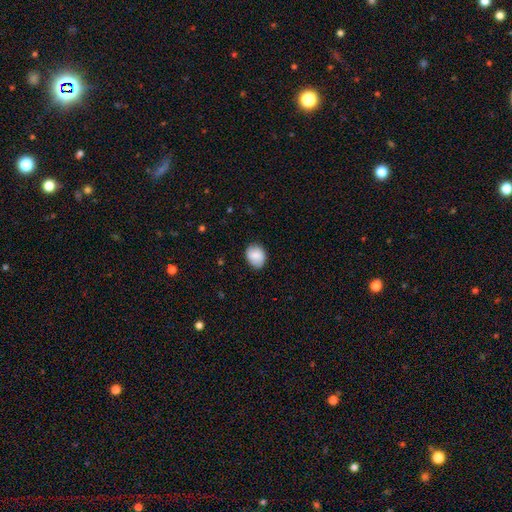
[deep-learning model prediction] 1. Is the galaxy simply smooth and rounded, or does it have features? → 80% smooth, 13% featured or disk, 7% star or artifact.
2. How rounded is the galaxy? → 50% in between, 49% round, 1% cigar-shaped.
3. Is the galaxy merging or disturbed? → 82% none, 14% minor disturbance, 3% major disturbance, 1% merger.